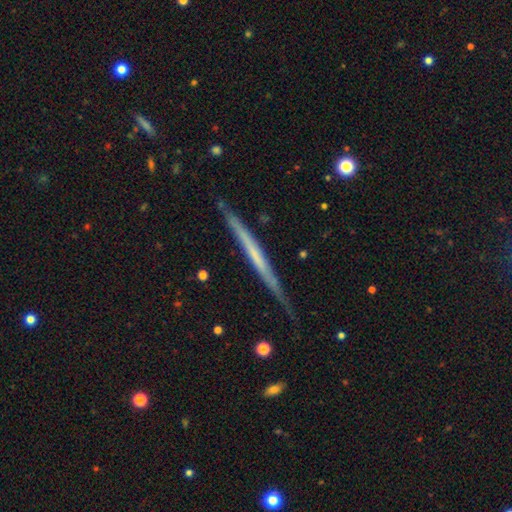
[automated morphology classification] A featured or disk galaxy (60%) viewed edge-on (97%) with no central bulge (86%). Merging: none (80%).